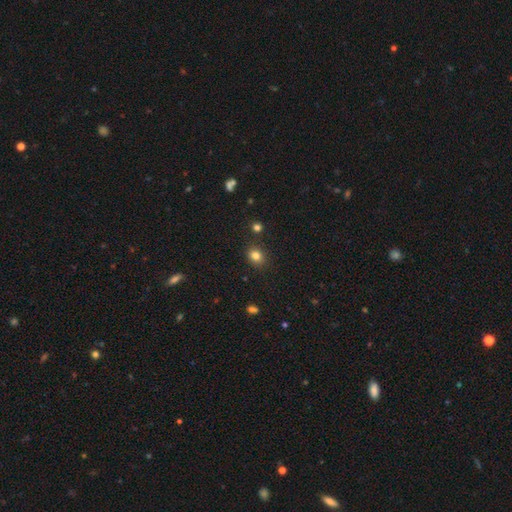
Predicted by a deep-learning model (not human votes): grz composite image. It shows a smooth galaxy with no disk features (81%) that is round (61%). Merging: none (85%).